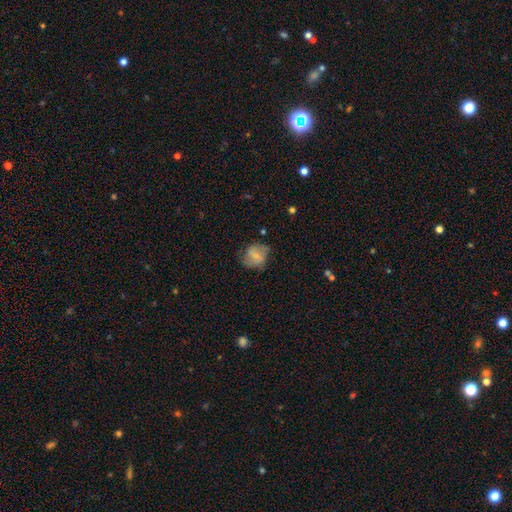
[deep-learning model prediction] A smooth galaxy with no disk features (52%) that is round (66%).

Vote fractions:
- Smooth or featured? smooth: 52% / featured or disk: 40% / star or artifact: 8%
- How rounded? round: 66% / in between: 33% / cigar-shaped: 1%
- Merging? none: 64% / minor disturbance: 25% / major disturbance: 9% / merger: 2%